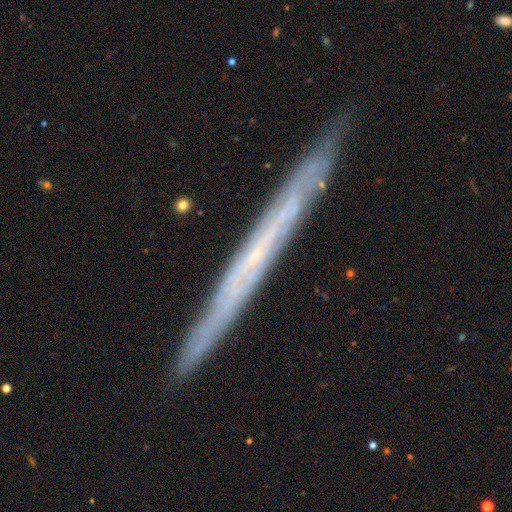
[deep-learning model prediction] This appears to be a featured or disk galaxy (69%) viewed edge-on (93%) with no central bulge (88%). Merging: none (89%).